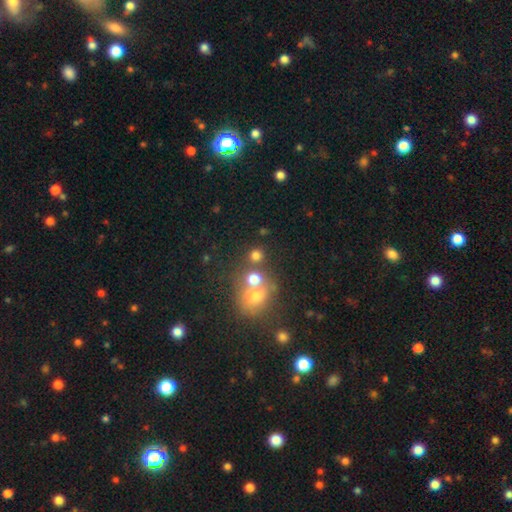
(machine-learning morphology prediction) Smooth or featured? smooth (72%)
How rounded? round (86%)
Merging? none (61%)